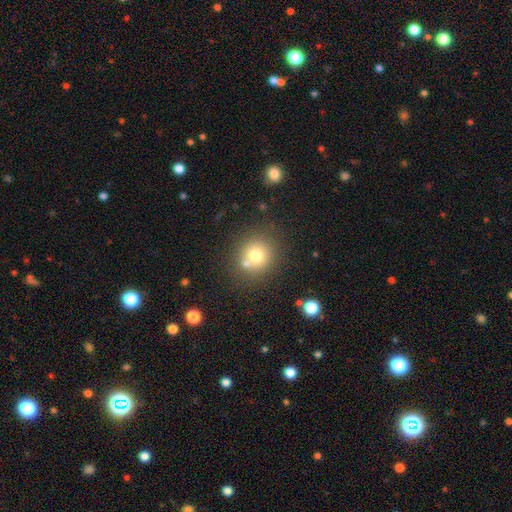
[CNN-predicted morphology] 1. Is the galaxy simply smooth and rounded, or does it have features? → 73% smooth, 14% star or artifact, 13% featured or disk.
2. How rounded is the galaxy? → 89% round, 11% in between, 1% cigar-shaped.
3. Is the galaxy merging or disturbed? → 70% none, 17% merger, 10% minor disturbance, 4% major disturbance.